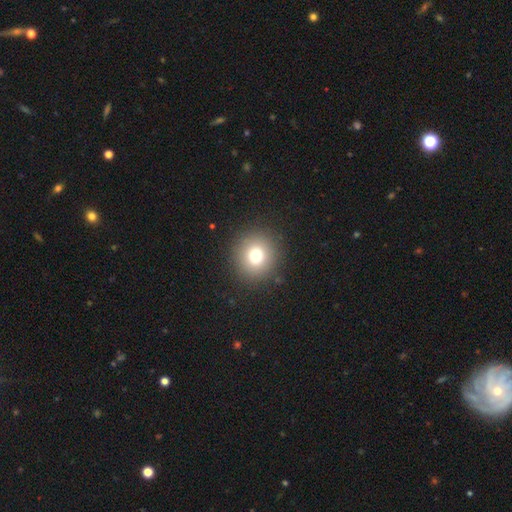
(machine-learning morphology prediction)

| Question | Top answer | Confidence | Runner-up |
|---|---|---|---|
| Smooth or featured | smooth | 75% | star or artifact (15%) |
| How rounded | round | 92% | in between (7%) |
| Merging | none | 90% | minor disturbance (5%) |